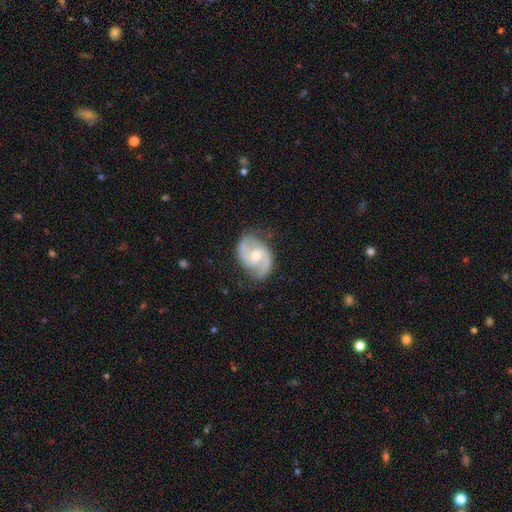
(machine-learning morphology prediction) Smooth or featured? Predicted: featured or disk (p=0.89). Edge-on disk? Predicted: no (p=0.98). Bar? Predicted: no (p=0.47). Spiral arms? Predicted: yes (p=0.96). Spiral winding? Predicted: medium (p=0.55). Spiral arm count? Predicted: 2 (p=0.92). Bulge size? Predicted: moderate (p=0.67). Merging? Predicted: none (p=0.78).